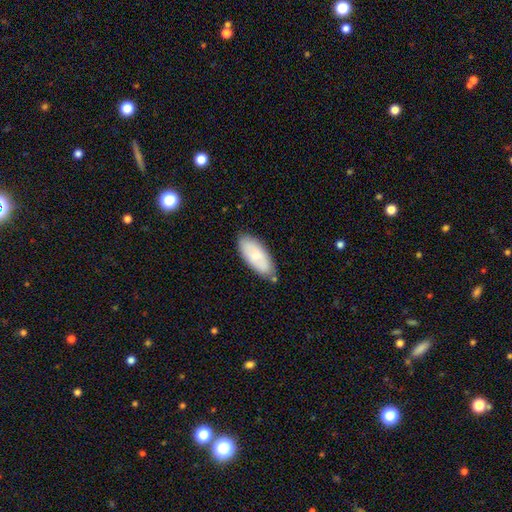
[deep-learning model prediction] smooth-or-featured: smooth: 72% | featured or disk: 22% | star or artifact: 6%
  how-rounded: in between: 84% | cigar-shaped: 14% | round: 2%
  merging: none: 76% | minor disturbance: 18% | merger: 4% | major disturbance: 3%